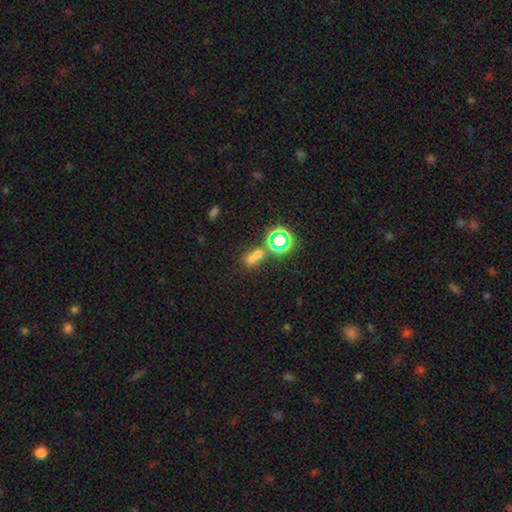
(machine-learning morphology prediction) This is possibly a smooth galaxy (48%). Merging: marginally merger (42%).